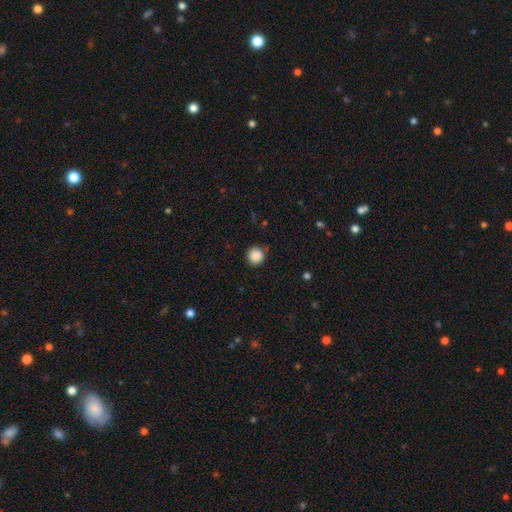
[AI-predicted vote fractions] smooth_or_featured: smooth (p=0.88) [alt: star or artifact p=0.10]
how_rounded: round (p=0.94) [alt: in between p=0.05]
merging: none (p=0.86) [alt: minor disturbance p=0.10]